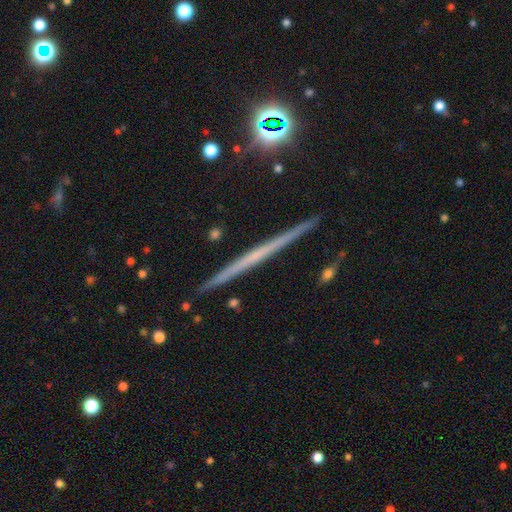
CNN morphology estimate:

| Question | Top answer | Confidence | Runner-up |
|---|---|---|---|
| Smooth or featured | featured or disk | 67% | smooth (24%) |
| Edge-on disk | yes | 98% | no (2%) |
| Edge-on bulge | none | 86% | rounded (11%) |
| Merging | none | 92% | minor disturbance (5%) |